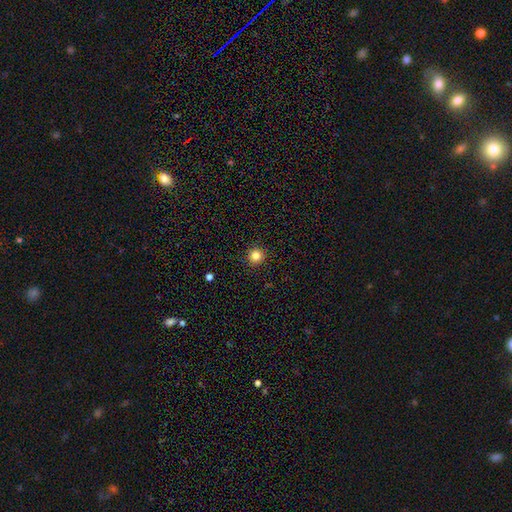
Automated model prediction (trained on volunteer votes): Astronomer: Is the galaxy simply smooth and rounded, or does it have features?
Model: smooth — 83%.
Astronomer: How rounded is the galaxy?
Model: round — 94%.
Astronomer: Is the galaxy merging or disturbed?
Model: none — 93%.